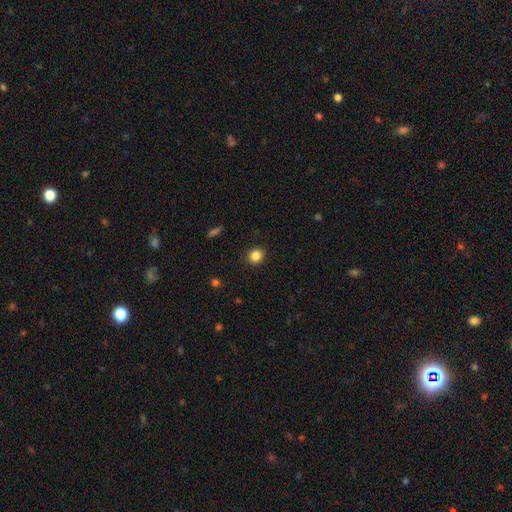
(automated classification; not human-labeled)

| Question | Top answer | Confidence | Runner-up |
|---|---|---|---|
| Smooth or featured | smooth | 84% | star or artifact (11%) |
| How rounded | round | 82% | in between (17%) |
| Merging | none | 91% | minor disturbance (7%) |